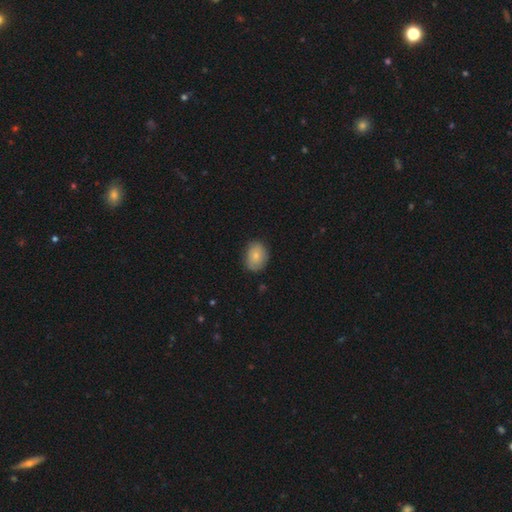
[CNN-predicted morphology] smooth_or_featured: smooth (p=0.77) [alt: featured or disk p=0.15]
how_rounded: in between (p=0.57) [alt: round p=0.42]
merging: none (p=0.77) [alt: minor disturbance p=0.18]